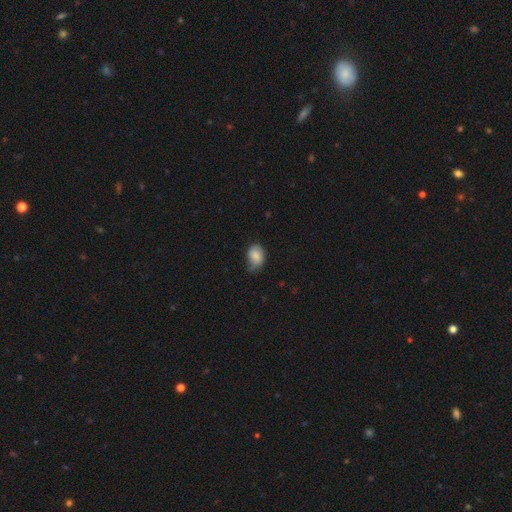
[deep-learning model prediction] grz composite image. It shows a smooth galaxy with no disk features (77%) that is in between round and cigar-shaped (76%). Merging: minor disturbance (42%).